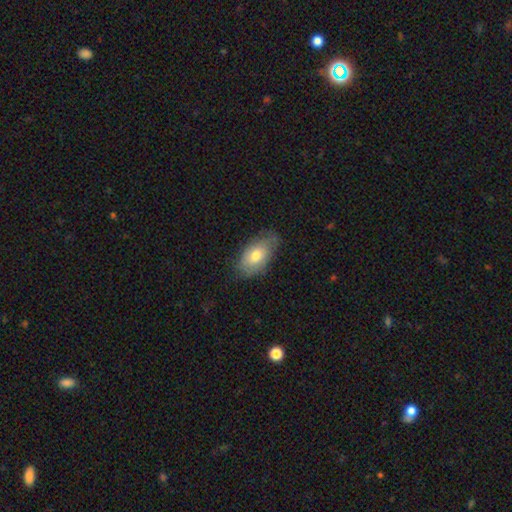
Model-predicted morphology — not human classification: smooth-or-featured: smooth: 67% | featured or disk: 26% | star or artifact: 7%
  how-rounded: in between: 92% | round: 5% | cigar-shaped: 3%
  merging: none: 67% | minor disturbance: 27% | major disturbance: 6% | merger: 1%